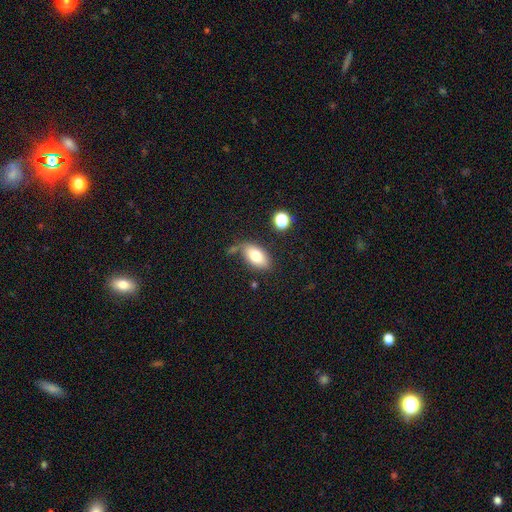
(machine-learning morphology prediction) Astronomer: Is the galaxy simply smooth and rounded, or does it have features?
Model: smooth — 76%.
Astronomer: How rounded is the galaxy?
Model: in between — 91%.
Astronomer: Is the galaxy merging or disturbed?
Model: none — 65%.